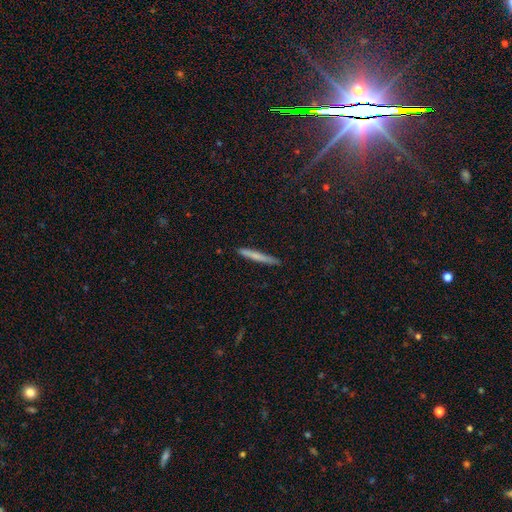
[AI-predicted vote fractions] Q: Smooth or featured?
A: smooth (63%); runner-up: featured or disk (30%)
Q: How rounded?
A: cigar-shaped (96%); runner-up: in between (2%)
Q: Merging?
A: none (90%); runner-up: minor disturbance (8%)